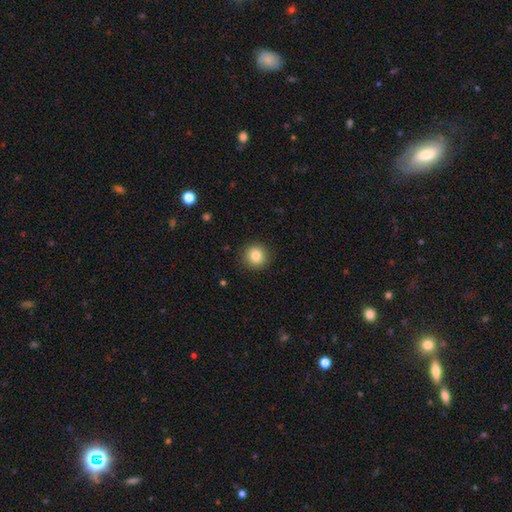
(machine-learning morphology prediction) Overall: smooth (83%). How rounded: round (92%). Merging: none (91%).